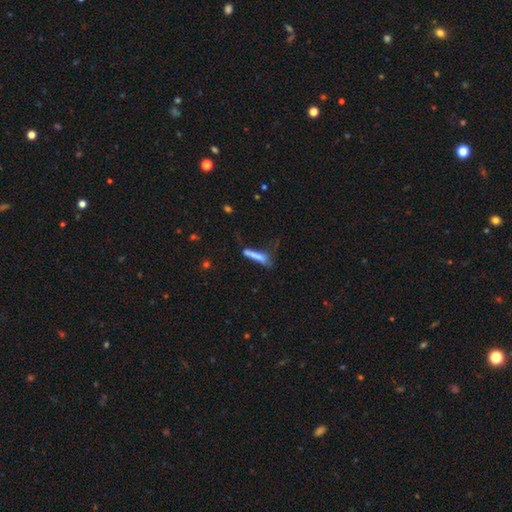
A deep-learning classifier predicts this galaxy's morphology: The model was most divided on "merging": none: 36%, major disturbance: 24%, minor disturbance: 23%, merger: 17%. More confident: how rounded — cigar-shaped (83%); smooth or featured — smooth (63%).